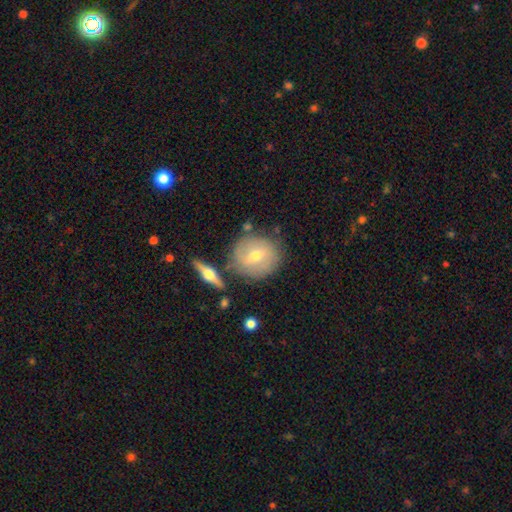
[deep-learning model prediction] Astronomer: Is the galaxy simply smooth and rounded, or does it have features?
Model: featured or disk — 47% (runner-up: smooth, 46%).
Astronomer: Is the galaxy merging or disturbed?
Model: none — 76%.